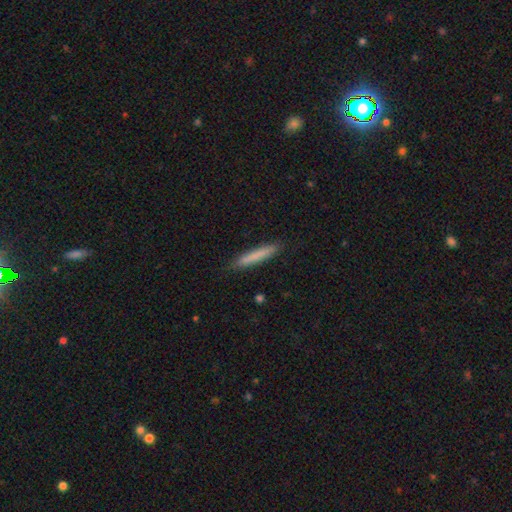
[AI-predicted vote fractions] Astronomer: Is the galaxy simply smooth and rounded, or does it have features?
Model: smooth — 79%.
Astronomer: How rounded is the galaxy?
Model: cigar-shaped — 95%.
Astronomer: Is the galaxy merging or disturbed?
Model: none — 89%.